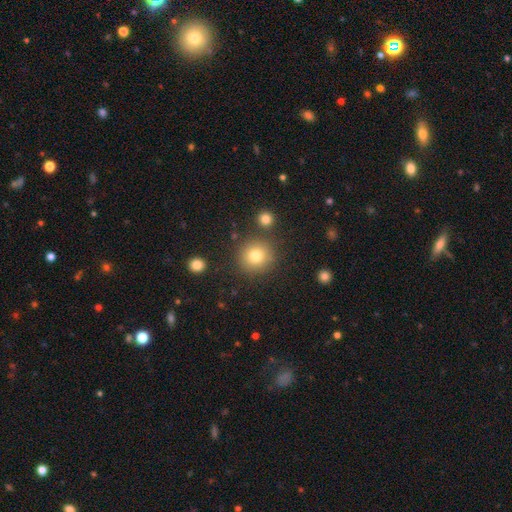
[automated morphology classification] This is likely a smooth galaxy (80%). How rounded: clearly round (91%). Merging: clearly none (84%).